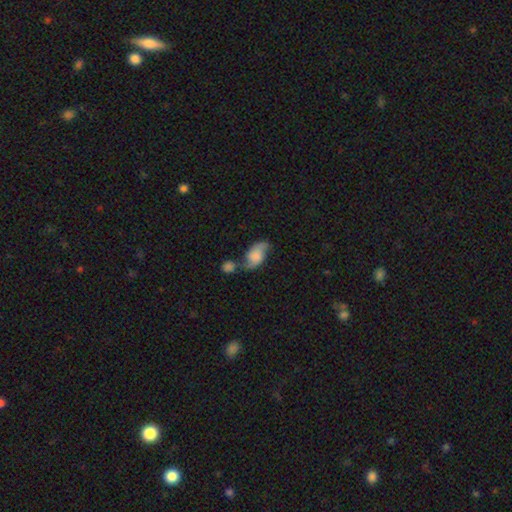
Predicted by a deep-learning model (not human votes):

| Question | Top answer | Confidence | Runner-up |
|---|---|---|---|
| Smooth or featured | featured or disk | 56% | smooth (35%) |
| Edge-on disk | no | 95% | yes (5%) |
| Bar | no | 68% | weak (26%) |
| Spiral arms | yes | 88% | no (12%) |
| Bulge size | none | 39% | large (21%) |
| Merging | merger | 38% | none (34%) |